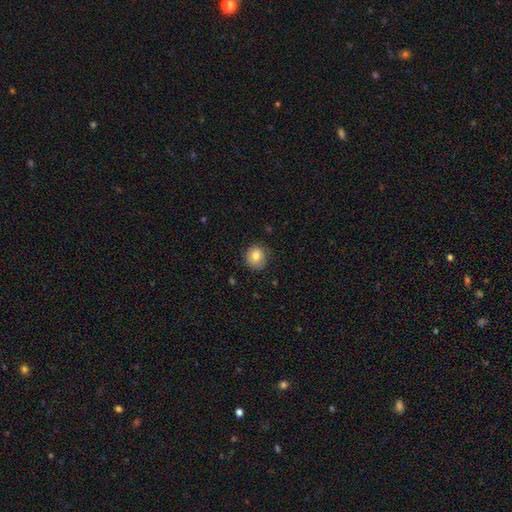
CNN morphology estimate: This is clearly a smooth galaxy (83%). How rounded: clearly round (86%). Merging: clearly none (81%).